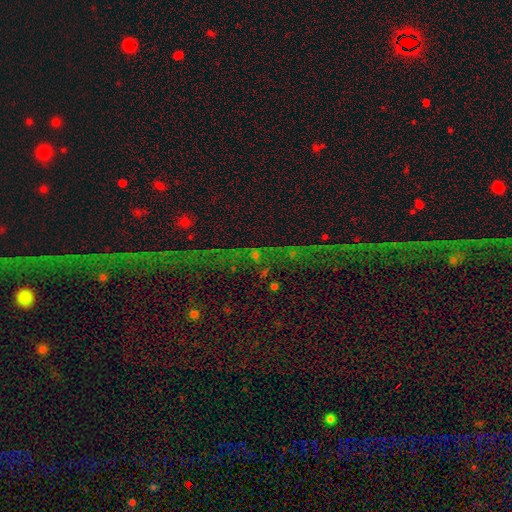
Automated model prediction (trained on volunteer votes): This is clearly a star or artifact rather than a galaxy (84%).